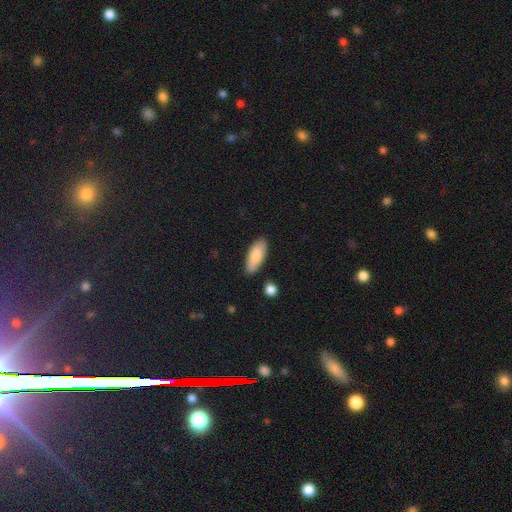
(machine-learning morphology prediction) The model was most divided on "how rounded": in between: 78%, cigar-shaped: 20%, round: 2%. More confident: smooth or featured — smooth (85%); merging — none (82%).